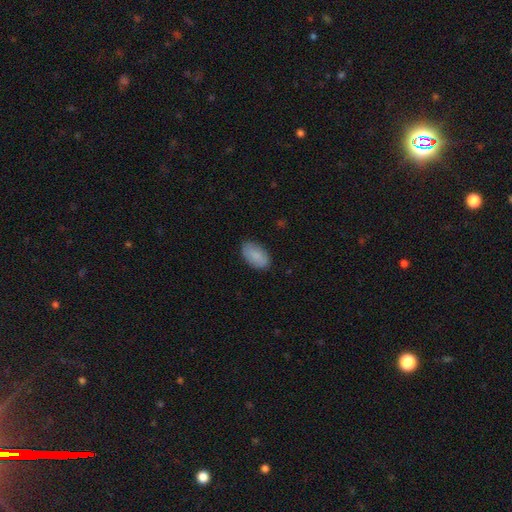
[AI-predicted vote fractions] Smooth or featured? smooth (88%)
How rounded? in between (94%)
Merging? none (85%)